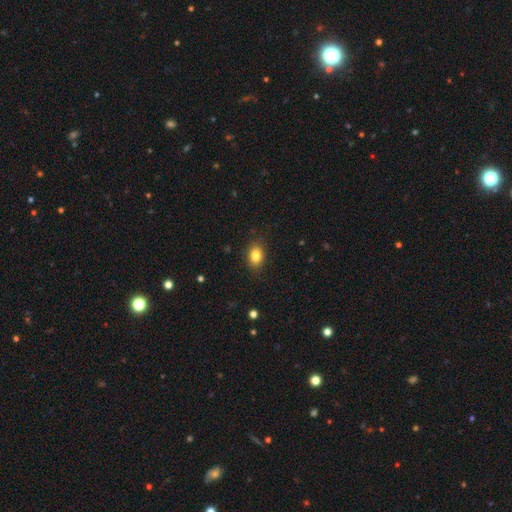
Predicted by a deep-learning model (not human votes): Smooth or featured? smooth (83%)
How rounded? in between (77%)
Merging? none (87%)